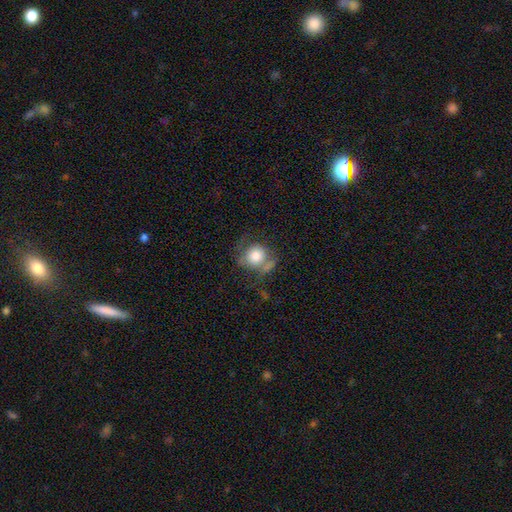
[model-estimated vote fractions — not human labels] This is likely a smooth galaxy (71%). How rounded: likely round (77%). Merging: possibly none (46%).